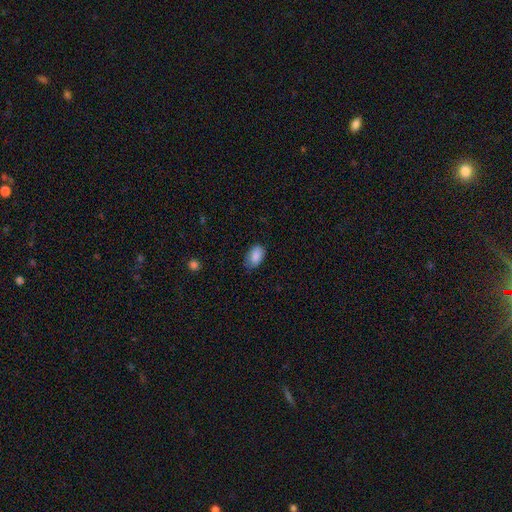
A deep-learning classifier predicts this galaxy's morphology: This is clearly a smooth galaxy (87%). How rounded: clearly in between (91%). Merging: likely none (68%).